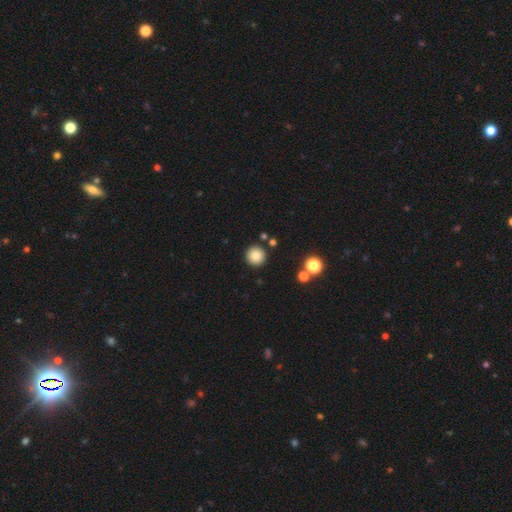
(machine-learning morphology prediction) Smooth or featured: smooth — 84% (star or artifact — 10%)
How rounded: round — 96% (in between — 3%)
Merging: none — 89% (minor disturbance — 5%)